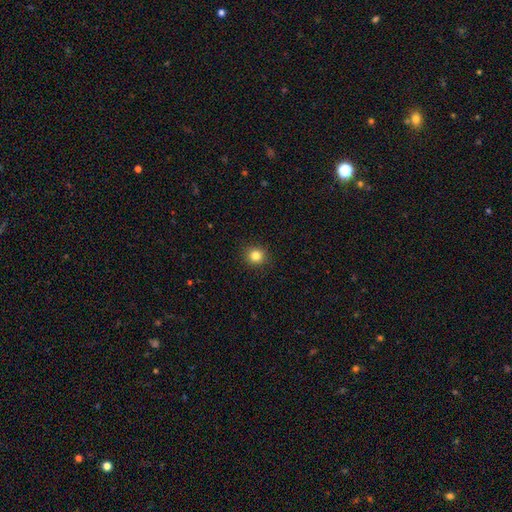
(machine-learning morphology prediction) The model was most divided on "smooth or featured": smooth: 83%, star or artifact: 12%, featured or disk: 5%. More confident: merging — none (92%); how rounded — round (91%).